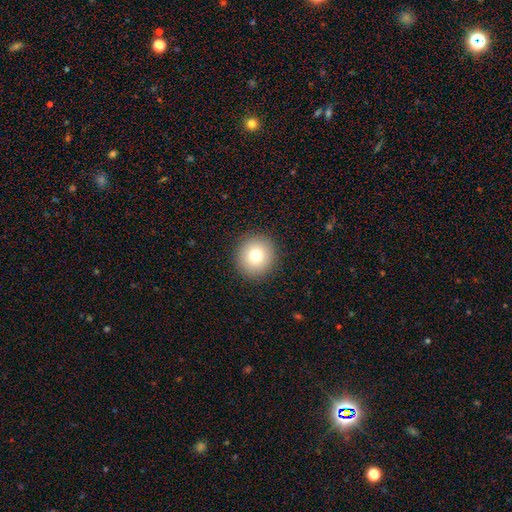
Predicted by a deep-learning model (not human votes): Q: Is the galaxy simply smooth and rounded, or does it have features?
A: smooth — 77%.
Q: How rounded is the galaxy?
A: round — 94%.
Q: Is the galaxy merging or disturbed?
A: none — 92%.